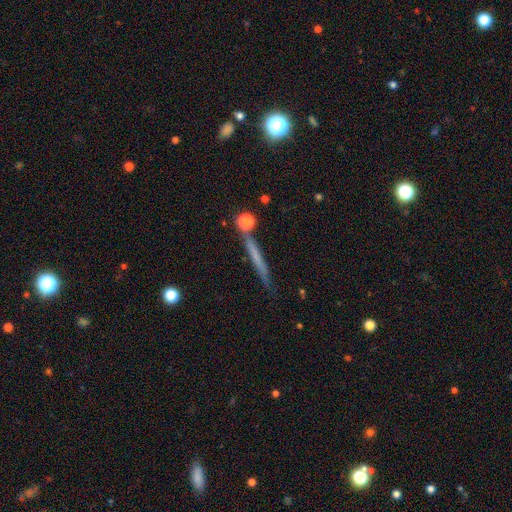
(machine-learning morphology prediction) Smooth or featured? Predicted: smooth (p=0.49). Merging? Predicted: none (p=0.80).